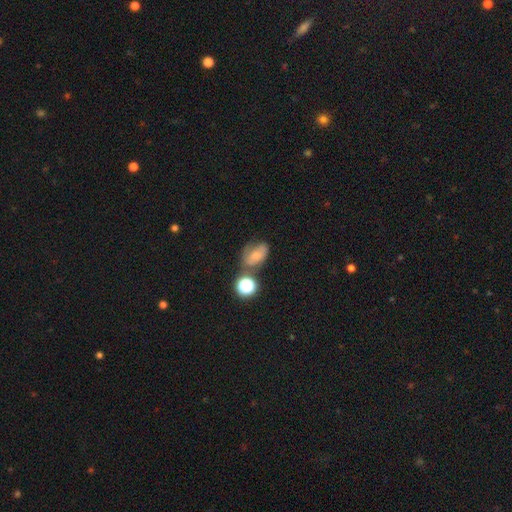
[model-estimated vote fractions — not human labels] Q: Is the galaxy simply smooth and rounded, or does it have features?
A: smooth — 58%.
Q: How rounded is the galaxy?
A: in between — 74%.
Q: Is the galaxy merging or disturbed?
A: none — 45%.